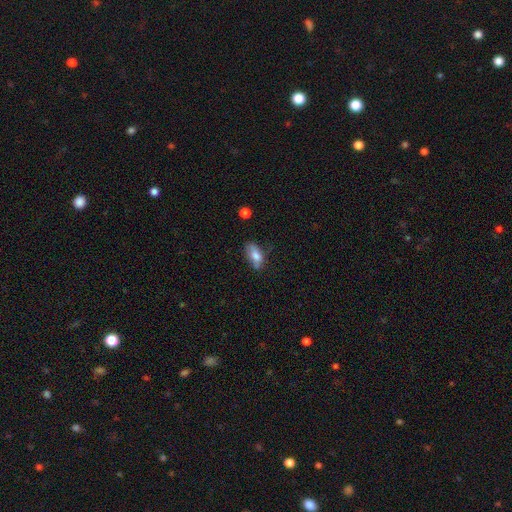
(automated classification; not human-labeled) This is likely a smooth galaxy (71%). How rounded: clearly in between (85%). Merging: possibly none (52%).